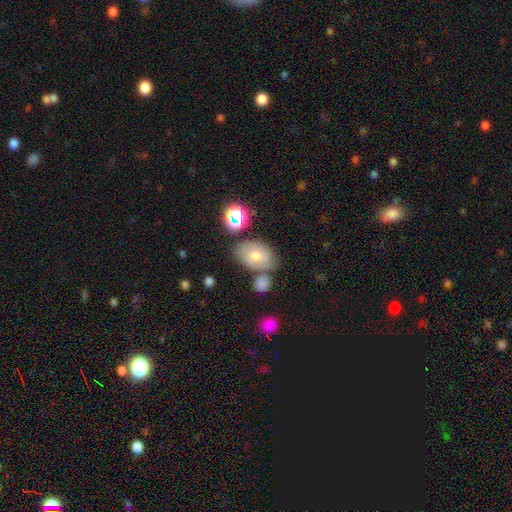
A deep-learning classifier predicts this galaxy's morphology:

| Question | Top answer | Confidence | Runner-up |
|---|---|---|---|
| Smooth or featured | smooth | 64% | featured or disk (23%) |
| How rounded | in between | 79% | round (20%) |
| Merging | none | 60% | minor disturbance (19%) |